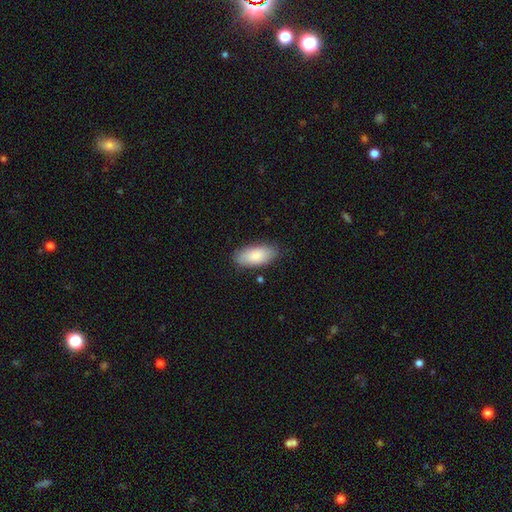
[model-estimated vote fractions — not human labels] Morphology: type=smooth (86%); roundness=in between (90%); merging=none (81%).